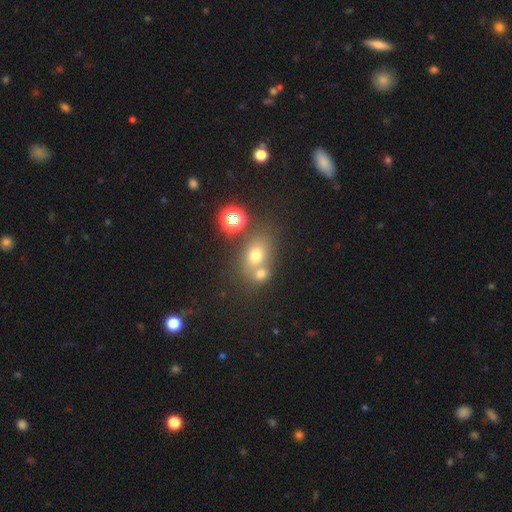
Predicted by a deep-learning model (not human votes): This appears to be a smooth galaxy with no disk features (66%) that is round (50%). Merging: none (45%).